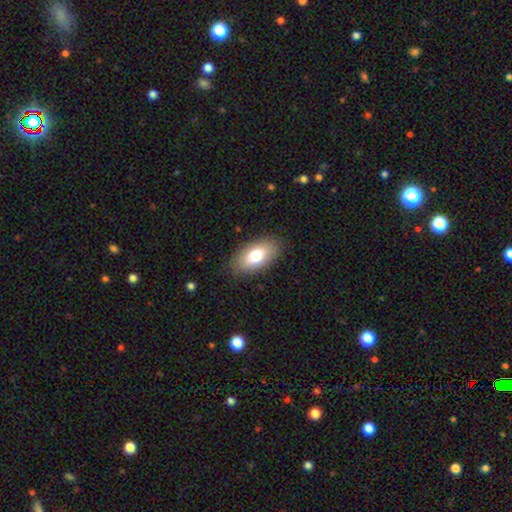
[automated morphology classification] This appears to be a smooth galaxy with no disk features (77%) that is in between round and cigar-shaped (93%). Merging: none (86%).